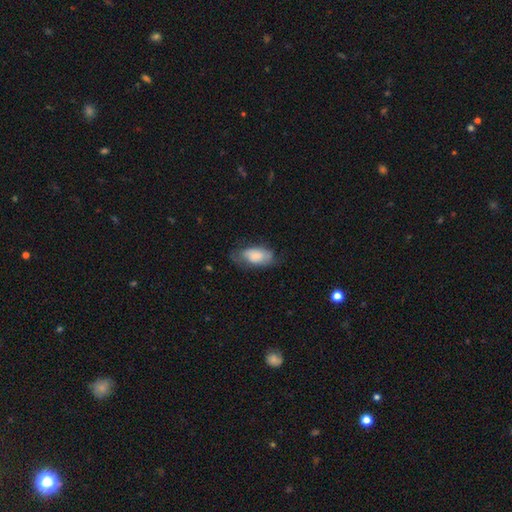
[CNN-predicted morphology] smooth-or-featured: smooth: 73% | featured or disk: 20% | star or artifact: 7%
  how-rounded: in between: 92% | round: 4% | cigar-shaped: 4%
  merging: none: 55% | minor disturbance: 31% | major disturbance: 13% | merger: 2%